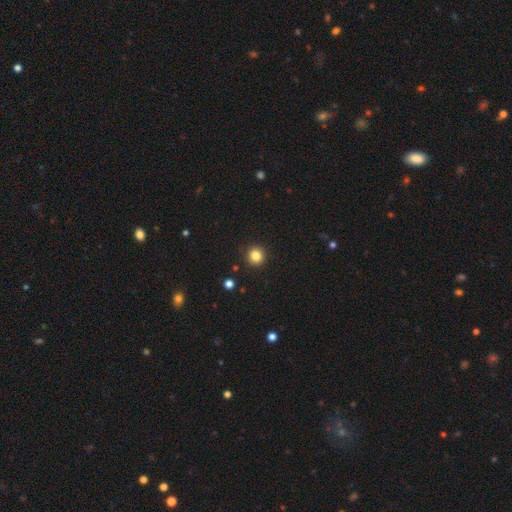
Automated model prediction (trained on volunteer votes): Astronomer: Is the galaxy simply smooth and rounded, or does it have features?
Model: smooth — 84%.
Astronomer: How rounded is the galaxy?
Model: round — 93%.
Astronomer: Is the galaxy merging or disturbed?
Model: none — 92%.